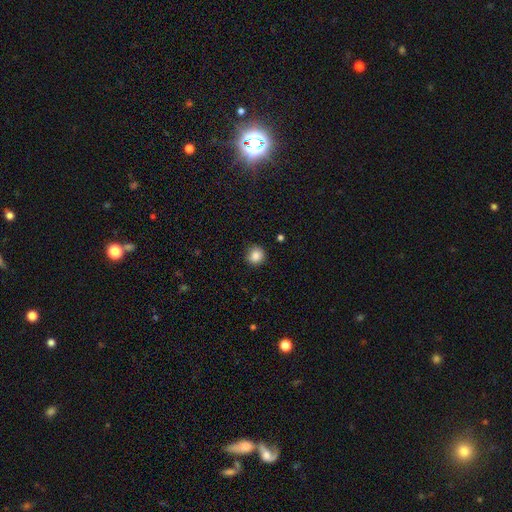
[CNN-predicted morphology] The model was most divided on "merging": none: 86%, minor disturbance: 11%, major disturbance: 2%, merger: 1%. More confident: how rounded — round (92%); smooth or featured — smooth (86%).